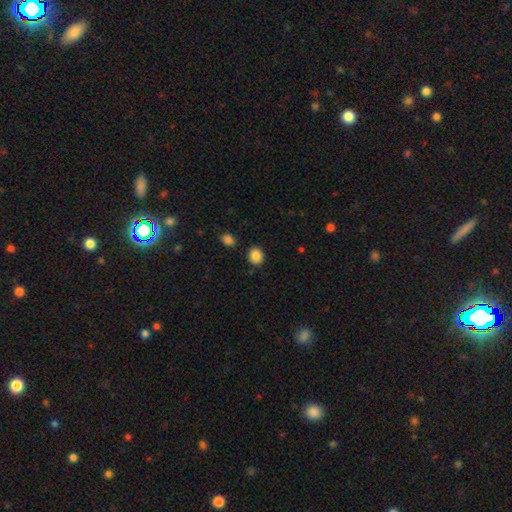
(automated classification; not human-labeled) Morphology: type=smooth (87%); roundness=round (81%); merging=none (87%).